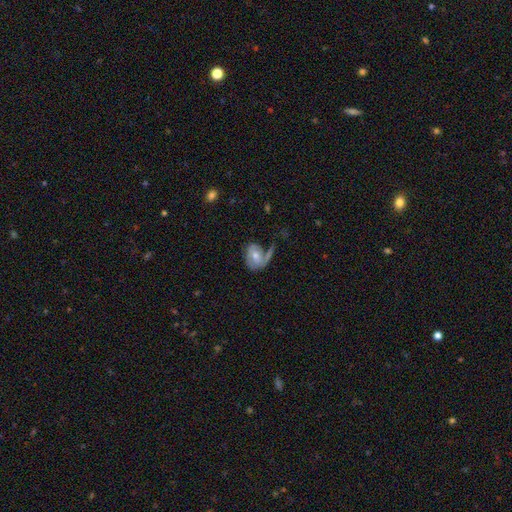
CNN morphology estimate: A featured or disk galaxy (62%) with no bar (56%), spiral arms (72%) and a moderate central bulge (64%).

Vote fractions:
- Smooth or featured? featured or disk: 62% / smooth: 30% / star or artifact: 8%
- Edge-on disk? no: 96% / yes: 4%
- Bar? no: 56% / weak: 32% / strong: 12%
- Spiral arms? yes: 72% / no: 28%
- Bulge size? moderate: 64% / small: 31% / large: 3% / none: 2% / dominant: 1%
- Merging? none: 45% / major disturbance: 25% / minor disturbance: 23% / merger: 7%